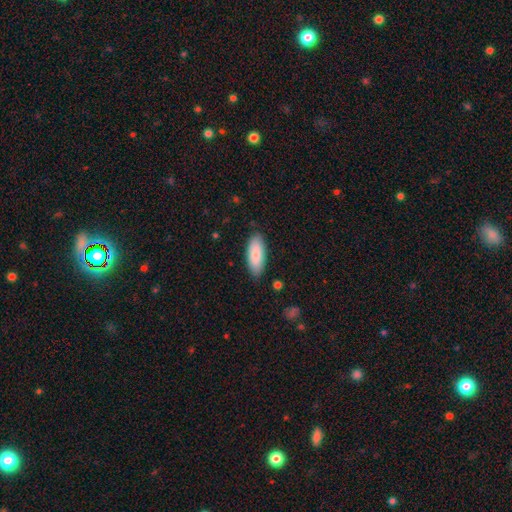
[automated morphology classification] Smooth or featured?
  - smooth: 85% *
  - featured or disk: 10%
  - star or artifact: 6%
How rounded?
  - in between: 80% *
  - cigar-shaped: 18%
  - round: 2%
Merging?
  - none: 85% *
  - minor disturbance: 12%
  - major disturbance: 2%
  - merger: 1%